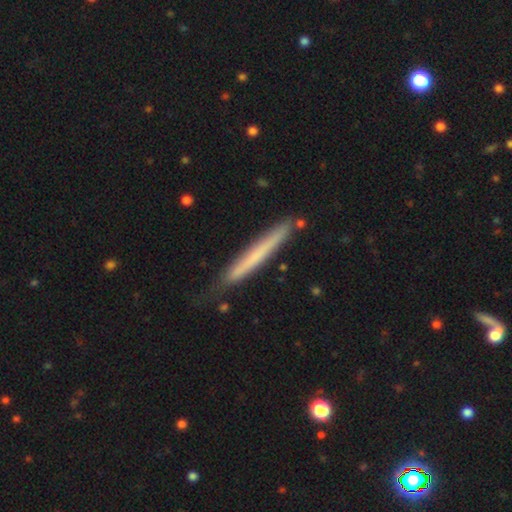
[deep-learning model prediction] smooth 58%, featured or disk 36%, star or artifact 6%. Down the decision tree: how rounded — cigar-shaped (97%); merging — none (81%).